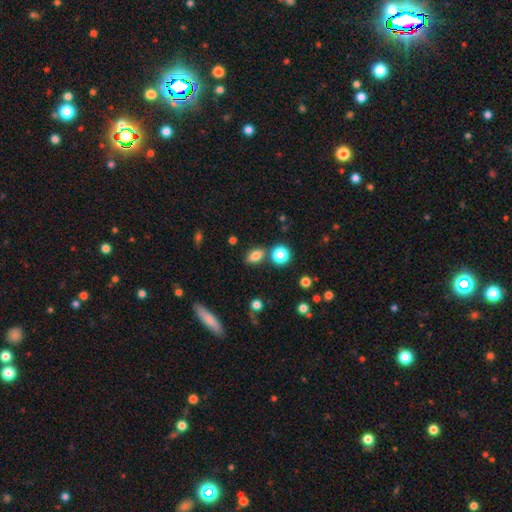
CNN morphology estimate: smooth_or_featured: smooth (p=0.78) [alt: star or artifact p=0.13]
how_rounded: in between (p=0.75) [alt: round p=0.19]
merging: none (p=0.75) [alt: minor disturbance p=0.12]